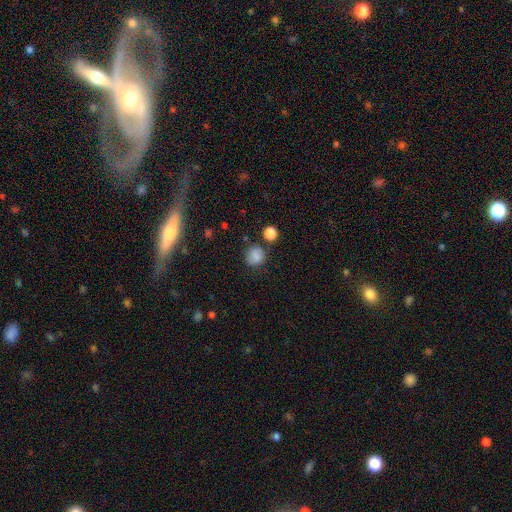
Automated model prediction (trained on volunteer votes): Q: Smooth or featured?
A: smooth (84%); runner-up: star or artifact (12%)
Q: How rounded?
A: round (87%); runner-up: in between (12%)
Q: Merging?
A: none (77%); runner-up: minor disturbance (14%)